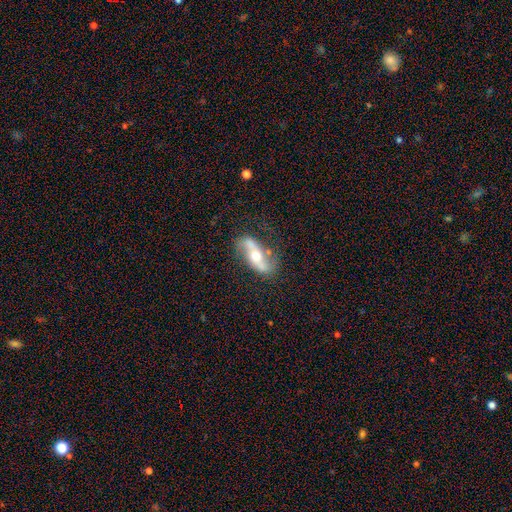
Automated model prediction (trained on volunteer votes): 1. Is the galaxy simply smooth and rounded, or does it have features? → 76% featured or disk, 18% smooth, 6% star or artifact.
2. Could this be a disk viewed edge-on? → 84% no, 16% yes.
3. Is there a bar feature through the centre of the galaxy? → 40% no, 37% strong, 23% weak.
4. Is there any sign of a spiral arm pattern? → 84% yes, 16% no.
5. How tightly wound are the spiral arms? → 67% loose, 24% medium, 9% tight.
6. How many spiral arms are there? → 91% 2, 4% can't tell, 2% 1, 1% 3, 1% more than 4, 1% 4.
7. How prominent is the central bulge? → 72% moderate, 18% small, 8% large, 1% dominant, 1% none.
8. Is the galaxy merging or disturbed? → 73% none, 17% minor disturbance, 7% major disturbance, 3% merger.